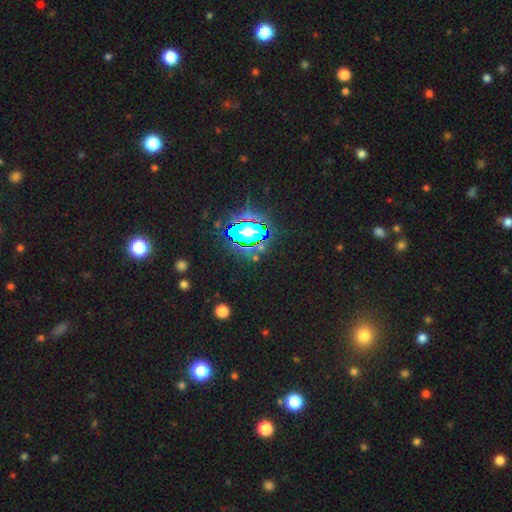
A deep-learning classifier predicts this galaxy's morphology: A star or artifact, not a galaxy (72%).

Vote fractions:
- Smooth or featured? star or artifact: 72% / smooth: 18% / featured or disk: 10%